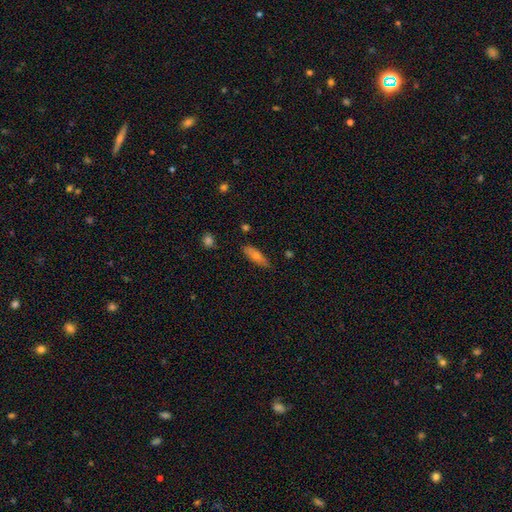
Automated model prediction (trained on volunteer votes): A smooth galaxy with no disk features (61%) that is cigar-shaped (51%).

Vote fractions:
- Smooth or featured? smooth: 61% / featured or disk: 31% / star or artifact: 8%
- How rounded? cigar-shaped: 51% / in between: 46% / round: 3%
- Merging? none: 80% / minor disturbance: 16% / major disturbance: 3% / merger: 2%